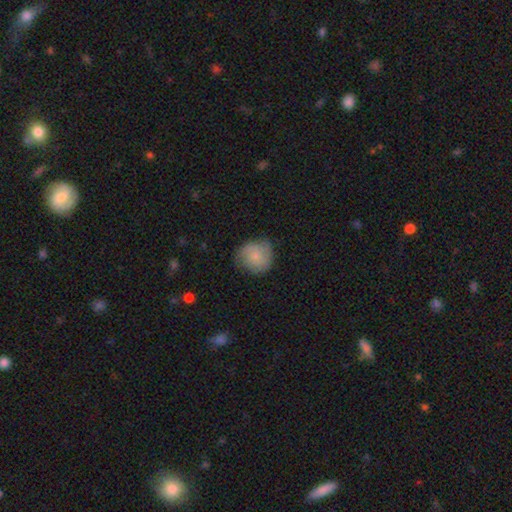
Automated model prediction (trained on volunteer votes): smooth-or-featured: smooth: 70% | featured or disk: 23% | star or artifact: 7%
  how-rounded: round: 84% | in between: 15% | cigar-shaped: 1%
  merging: none: 65% | minor disturbance: 27% | major disturbance: 6% | merger: 1%